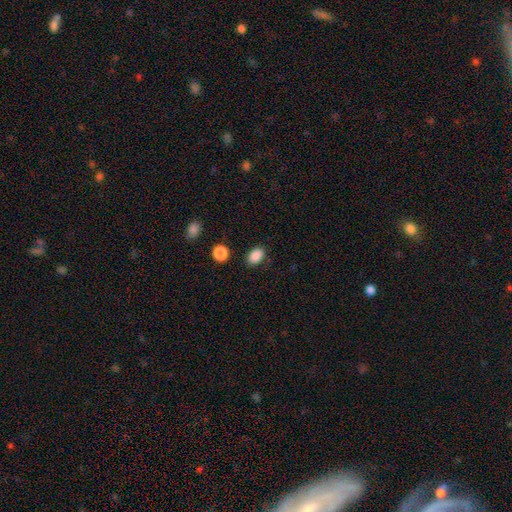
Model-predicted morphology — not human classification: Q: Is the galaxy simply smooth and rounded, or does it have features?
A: smooth — 88%.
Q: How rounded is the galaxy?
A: in between — 79%.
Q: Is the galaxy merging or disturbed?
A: none — 83%.